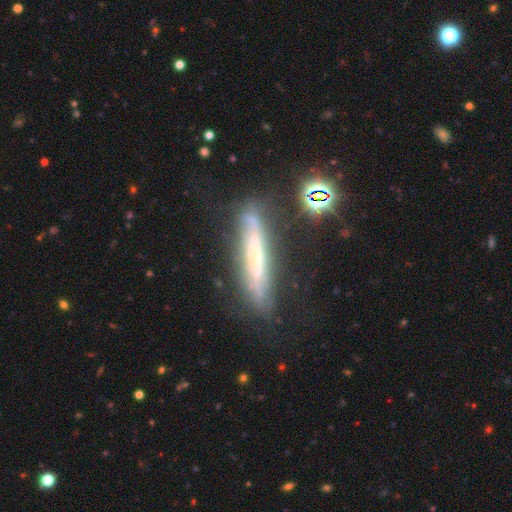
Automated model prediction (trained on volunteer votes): smooth_or_featured: featured or disk (p=0.68) [alt: smooth p=0.23]
disk_edge_on: yes (p=0.71) [alt: no p=0.29]
merging: none (p=0.70) [alt: minor disturbance p=0.19]